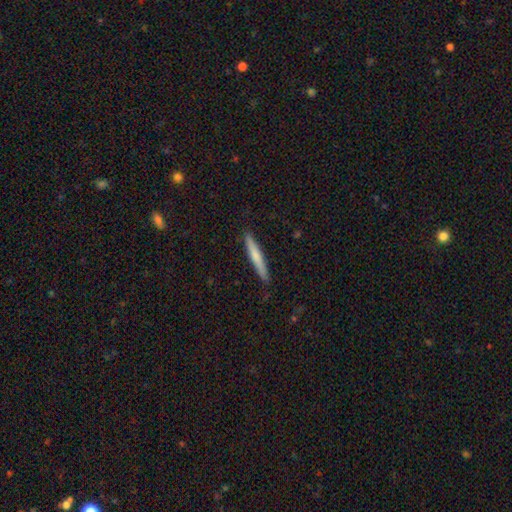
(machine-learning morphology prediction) Smooth or featured? smooth (64%)
How rounded? cigar-shaped (95%)
Merging? none (89%)